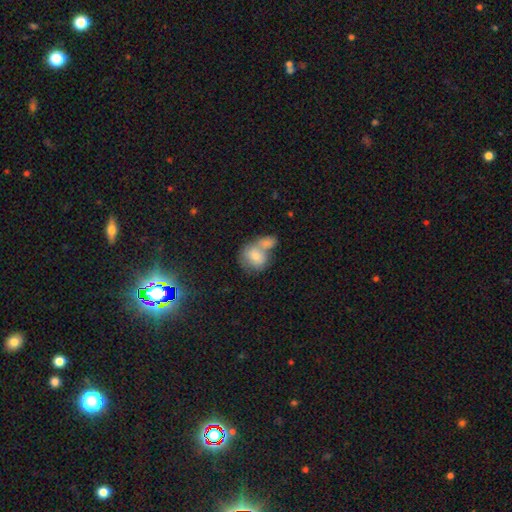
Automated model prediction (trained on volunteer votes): smooth_or_featured: smooth (p=0.71) [alt: featured or disk p=0.22]
how_rounded: round (p=0.63) [alt: in between p=0.36]
merging: merger (p=0.64) [alt: none p=0.21]